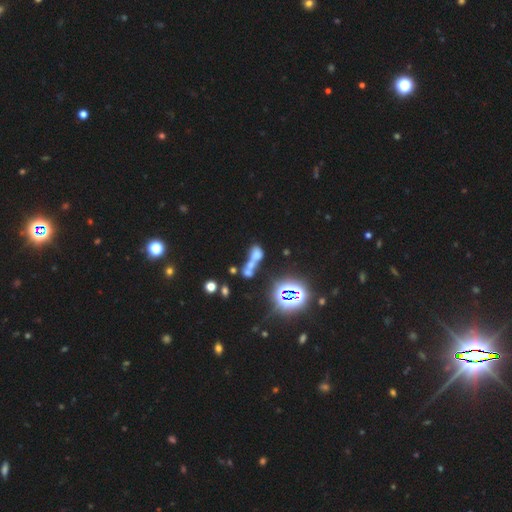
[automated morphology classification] type=smooth (42%); merging=merger (61%).